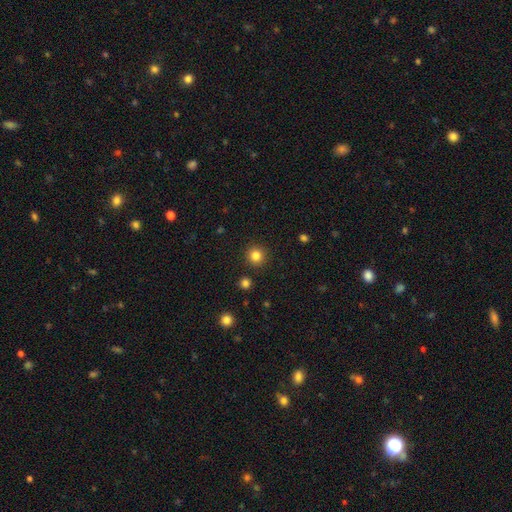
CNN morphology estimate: smooth-or-featured: smooth: 83% | star or artifact: 12% | featured or disk: 5%
  how-rounded: round: 94% | in between: 5% | cigar-shaped: 1%
  merging: none: 91% | minor disturbance: 5% | major disturbance: 2% | merger: 2%